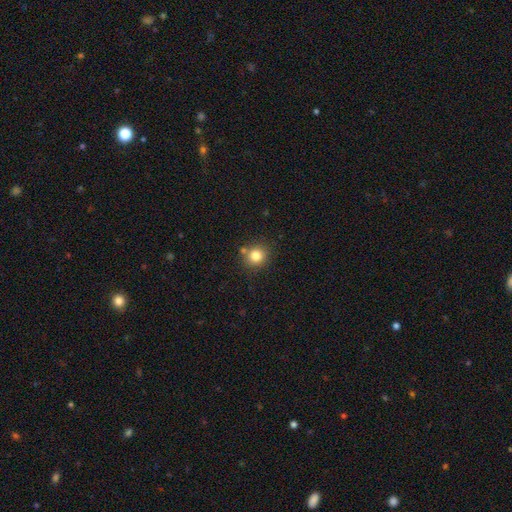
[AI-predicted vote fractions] smooth_or_featured: smooth (p=0.82) [alt: star or artifact p=0.12]
how_rounded: round (p=0.88) [alt: in between p=0.11]
merging: none (p=0.76) [alt: merger p=0.11]